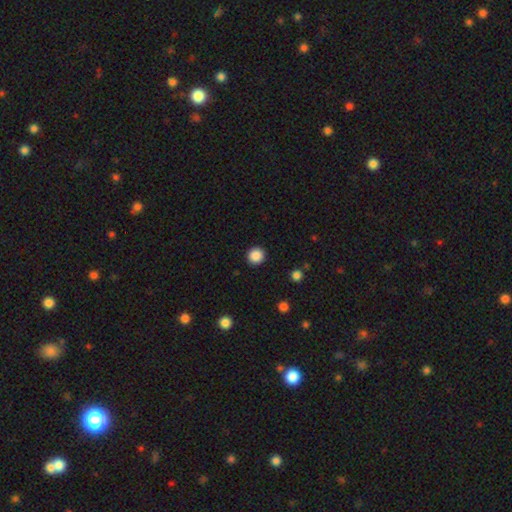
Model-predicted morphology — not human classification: Smooth or featured? Predicted: smooth (p=0.88). How rounded? Predicted: round (p=0.94). Merging? Predicted: none (p=0.93).